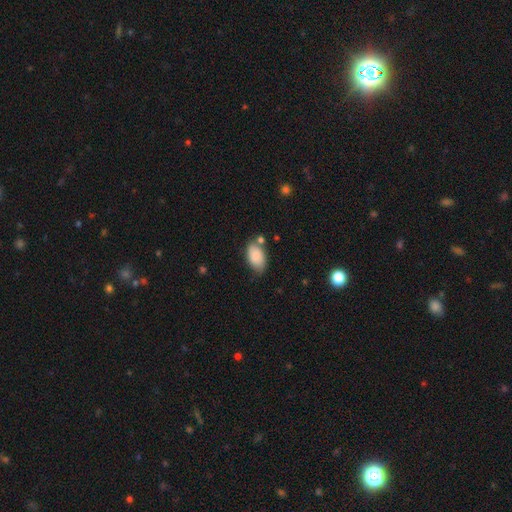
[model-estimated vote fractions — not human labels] Smooth or featured: smooth — 85% (featured or disk — 8%)
How rounded: in between — 93% (round — 6%)
Merging: none — 62% (minor disturbance — 24%)